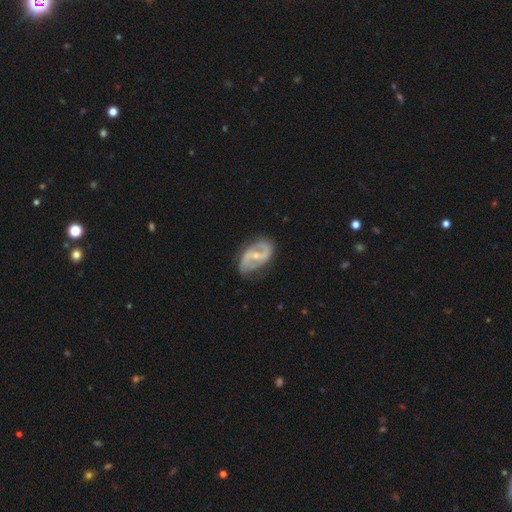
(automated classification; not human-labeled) A featured or disk galaxy (84%) with a weak bar (41%), 2 (87%) medium (47%) spiral arms (89%) and a small central bulge (52%). Merging: none (70%).